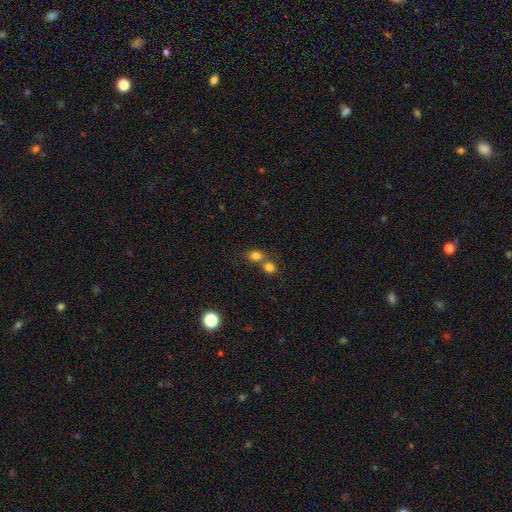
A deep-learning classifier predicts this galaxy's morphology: Q: Smooth or featured?
A: smooth (79%); runner-up: star or artifact (13%)
Q: How rounded?
A: round (55%); runner-up: in between (44%)
Q: Merging?
A: merger (48%); runner-up: none (41%)